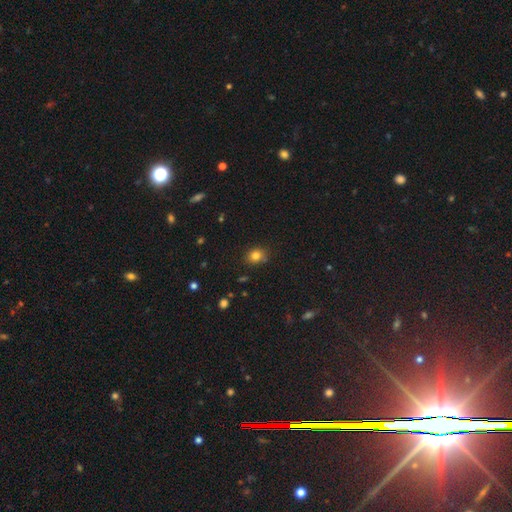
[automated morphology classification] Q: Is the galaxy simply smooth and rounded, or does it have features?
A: smooth — 80%.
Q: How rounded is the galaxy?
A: round — 60%.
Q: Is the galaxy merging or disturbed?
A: none — 80%.